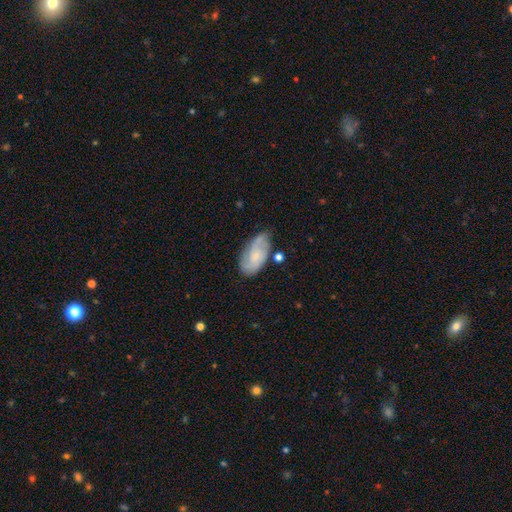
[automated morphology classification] This is possibly a featured or disk galaxy (53%). It is clearly not viewed edge-on (95%). Merging: possibly none (60%).